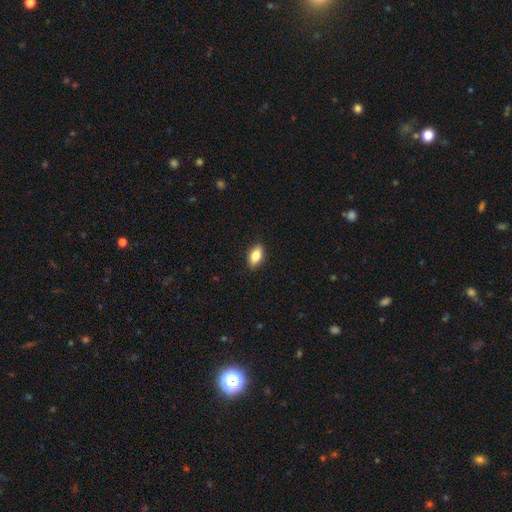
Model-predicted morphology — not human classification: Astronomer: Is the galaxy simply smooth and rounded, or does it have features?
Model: smooth — 79%.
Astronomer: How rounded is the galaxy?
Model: in between — 87%.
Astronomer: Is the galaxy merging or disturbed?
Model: none — 88%.